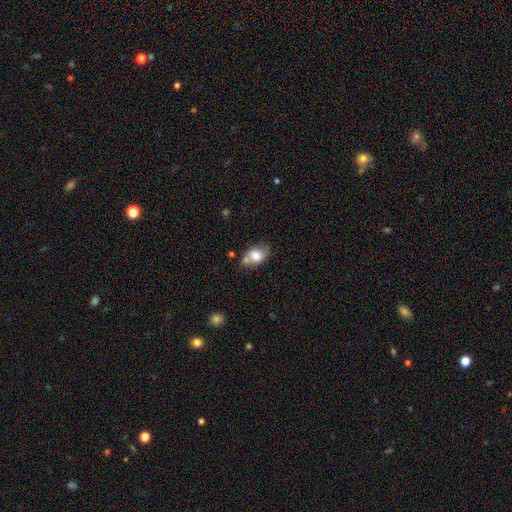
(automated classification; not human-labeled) smooth-or-featured: smooth: 71% | featured or disk: 21% | star or artifact: 8%
  how-rounded: in between: 83% | round: 15% | cigar-shaped: 2%
  merging: none: 53% | minor disturbance: 21% | merger: 20% | major disturbance: 6%